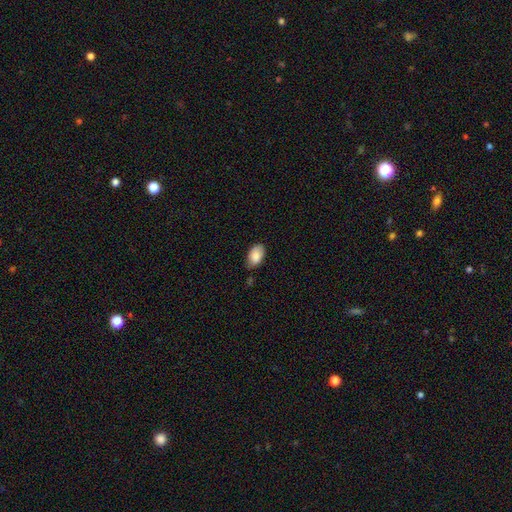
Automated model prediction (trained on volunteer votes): Smooth or featured? Predicted: smooth (p=0.86). How rounded? Predicted: in between (p=0.93). Merging? Predicted: none (p=0.71).